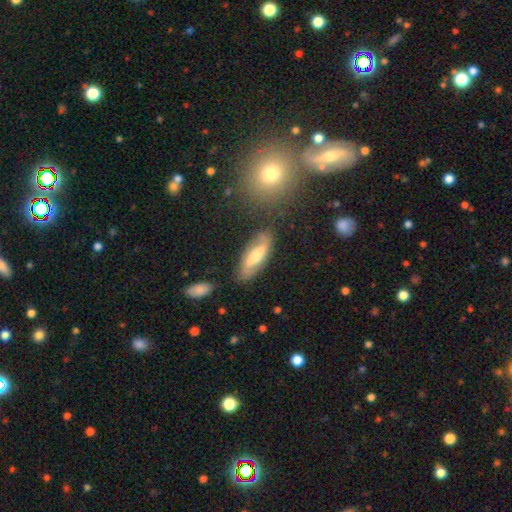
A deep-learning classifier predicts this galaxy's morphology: This is possibly a featured or disk galaxy (56%). It is likely not viewed edge-on (74%). Merging: likely none (78%).